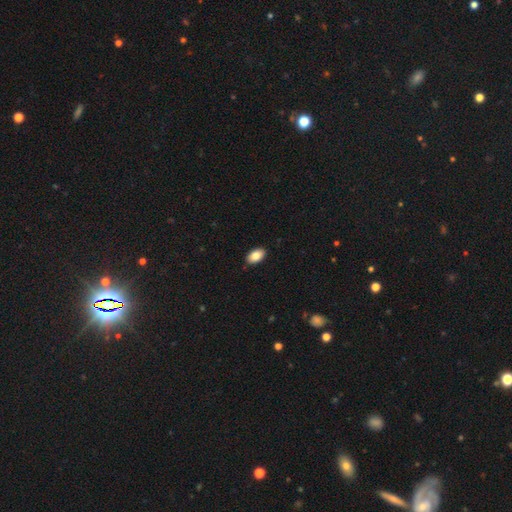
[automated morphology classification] This appears to be a smooth galaxy with no disk features (84%) that is in between round and cigar-shaped (93%). Merging: none (89%).